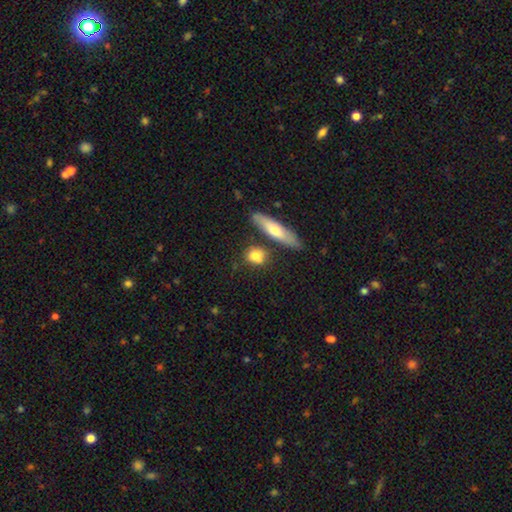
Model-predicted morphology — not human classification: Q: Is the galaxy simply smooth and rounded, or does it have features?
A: smooth — 76%.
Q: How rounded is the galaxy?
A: round — 52%.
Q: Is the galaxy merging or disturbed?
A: none — 68%.